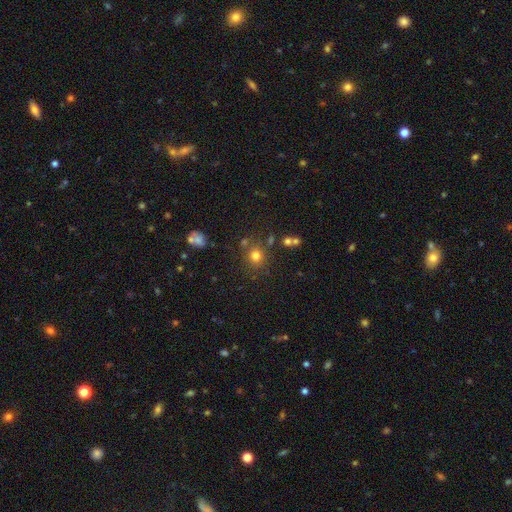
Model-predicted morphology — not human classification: Smooth or featured? smooth (75%)
How rounded? round (86%)
Merging? none (78%)